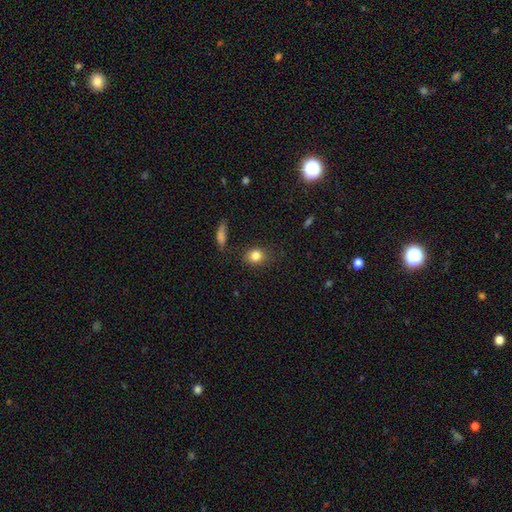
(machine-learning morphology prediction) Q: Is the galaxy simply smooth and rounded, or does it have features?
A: smooth — 83%.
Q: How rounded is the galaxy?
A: round — 59%.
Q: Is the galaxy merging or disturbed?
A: none — 80%.